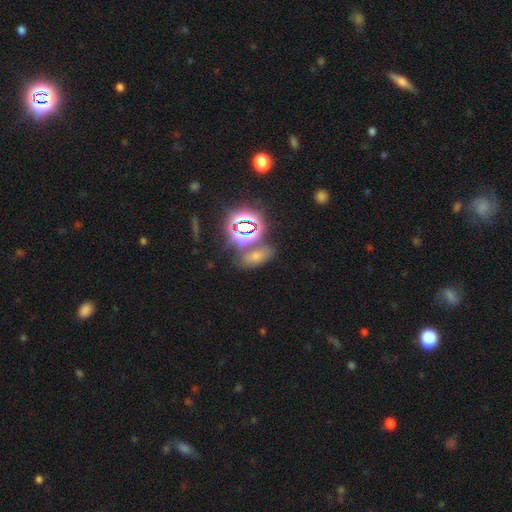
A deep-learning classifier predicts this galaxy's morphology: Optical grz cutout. It shows a star or artifact, not a galaxy (44%).